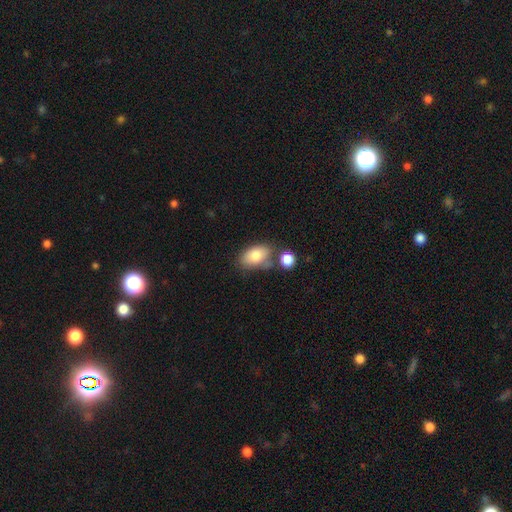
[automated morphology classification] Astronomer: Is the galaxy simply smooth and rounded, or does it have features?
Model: smooth — 77%.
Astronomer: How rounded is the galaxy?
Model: in between — 89%.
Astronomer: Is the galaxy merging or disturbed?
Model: none — 55%.